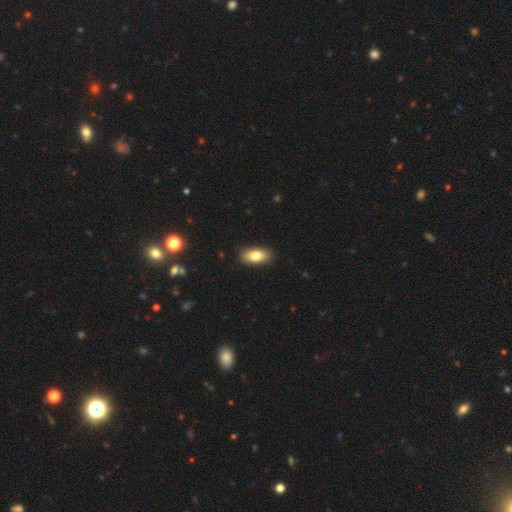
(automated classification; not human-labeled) Morphology: type=smooth (80%); roundness=in between (89%); merging=none (89%).